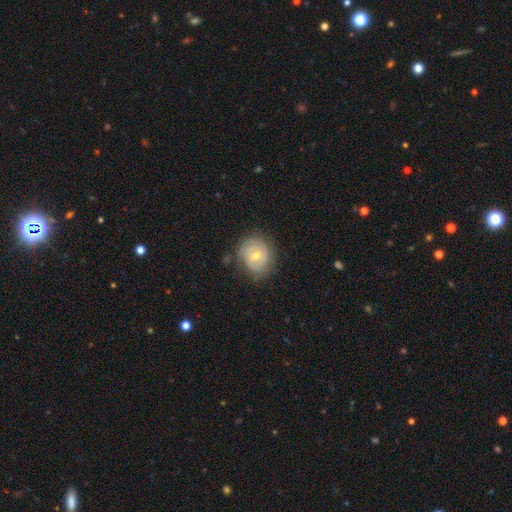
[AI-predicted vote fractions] Smooth or featured?
  - smooth: 47% *
  - featured or disk: 45%
  - star or artifact: 8%
Merging?
  - none: 72% *
  - minor disturbance: 20%
  - major disturbance: 6%
  - merger: 2%